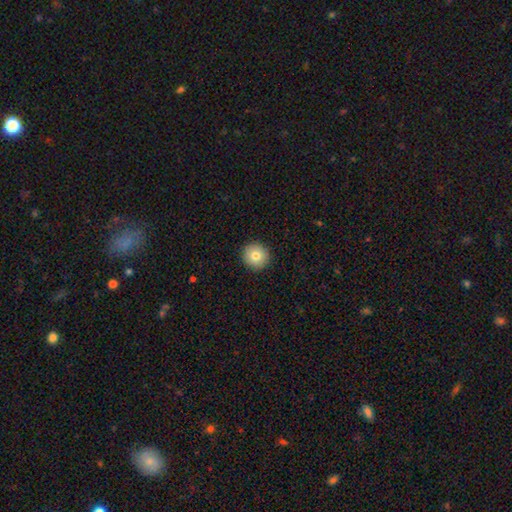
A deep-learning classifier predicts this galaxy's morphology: A smooth galaxy with no disk features (80%) that is round (94%).

Vote fractions:
- Smooth or featured? smooth: 80% / featured or disk: 10% / star or artifact: 10%
- How rounded? round: 94% / in between: 5% / cigar-shaped: 1%
- Merging? none: 92% / minor disturbance: 5% / major disturbance: 2% / merger: 1%